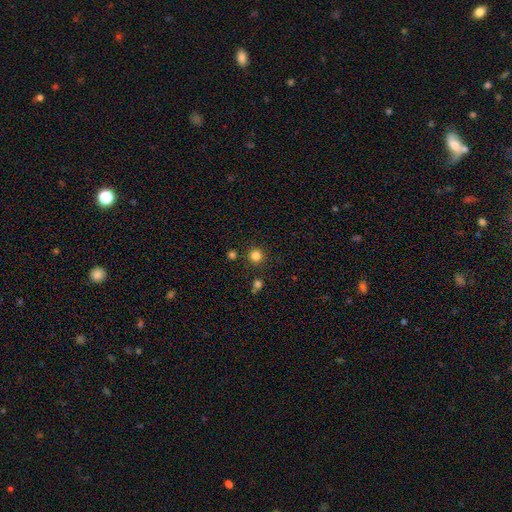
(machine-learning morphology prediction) Q: Smooth or featured?
A: smooth (82%); runner-up: star or artifact (14%)
Q: How rounded?
A: round (94%); runner-up: in between (5%)
Q: Merging?
A: none (85%); runner-up: minor disturbance (7%)